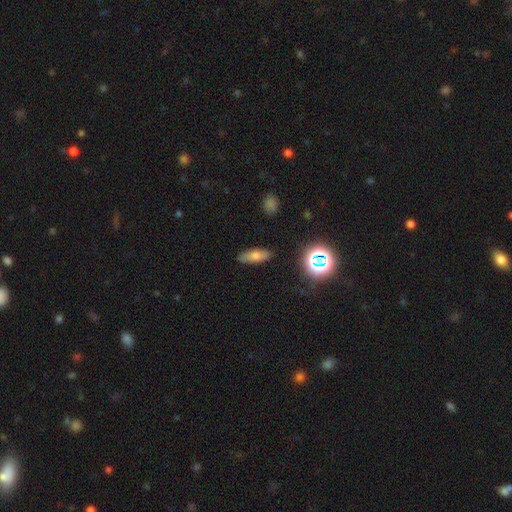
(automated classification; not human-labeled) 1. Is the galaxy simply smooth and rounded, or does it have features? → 71% smooth, 17% featured or disk, 12% star or artifact.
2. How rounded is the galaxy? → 60% in between, 36% cigar-shaped, 4% round.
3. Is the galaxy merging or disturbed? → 86% none, 10% minor disturbance, 2% major disturbance, 2% merger.